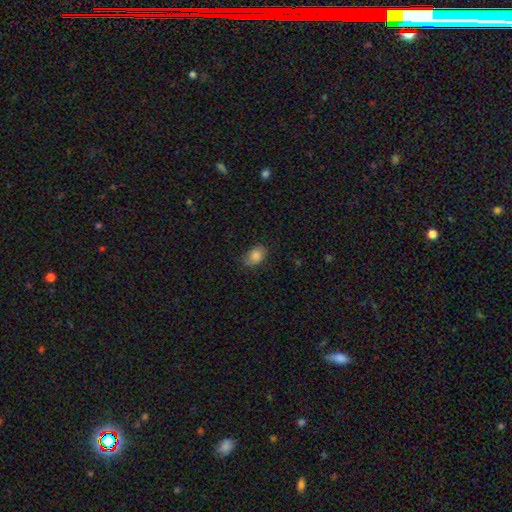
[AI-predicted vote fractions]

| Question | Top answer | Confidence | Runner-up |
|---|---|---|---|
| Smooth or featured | smooth | 84% | star or artifact (8%) |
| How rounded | in between | 77% | round (22%) |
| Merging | none | 77% | minor disturbance (18%) |